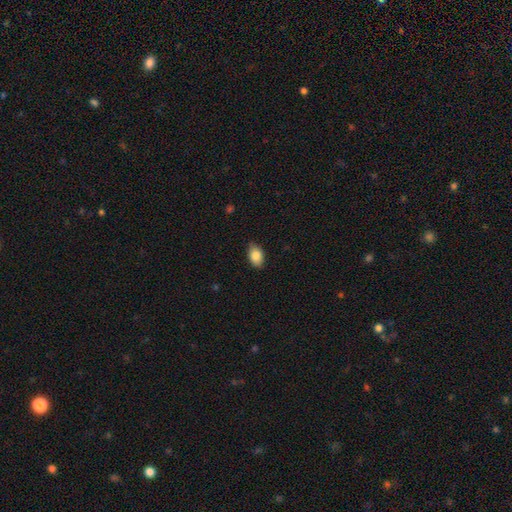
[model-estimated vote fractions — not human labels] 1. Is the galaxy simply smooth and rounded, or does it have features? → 85% smooth, 7% star or artifact, 7% featured or disk.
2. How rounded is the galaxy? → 87% in between, 11% round, 2% cigar-shaped.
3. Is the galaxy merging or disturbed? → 83% none, 14% minor disturbance, 2% major disturbance, 1% merger.